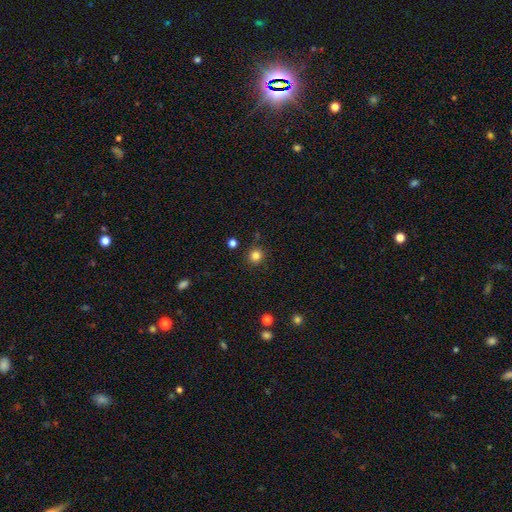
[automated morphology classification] type=smooth (82%); roundness=round (93%); merging=none (87%).